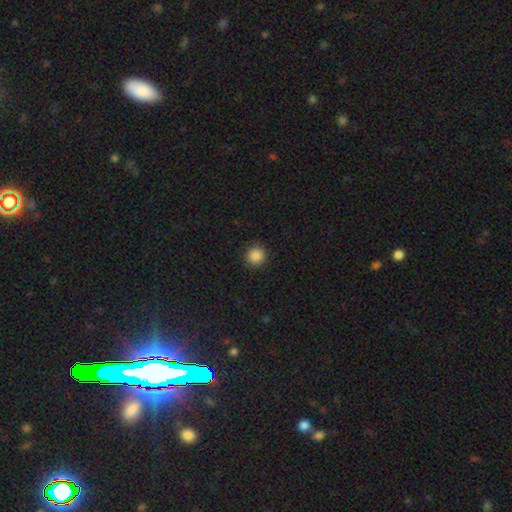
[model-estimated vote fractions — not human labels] Overall: smooth (87%). How rounded: round (93%). Merging: none (91%).